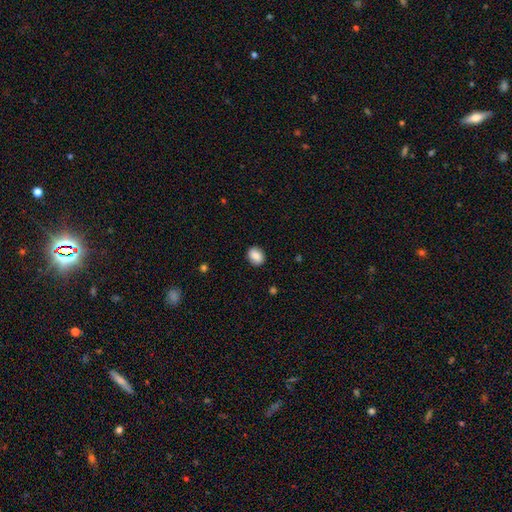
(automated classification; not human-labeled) This appears to be a smooth galaxy with no disk features (86%) that is in between round and cigar-shaped (50%). Merging: none (88%).